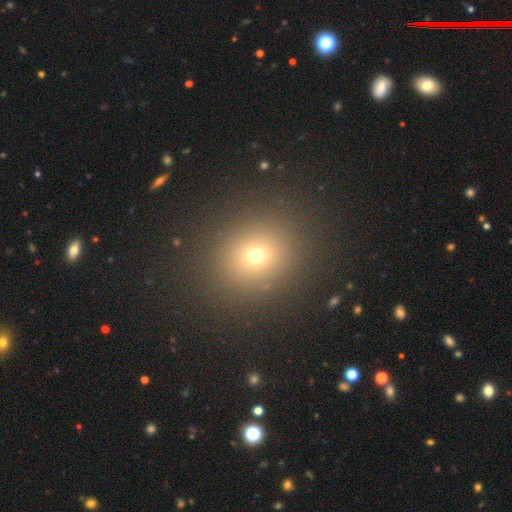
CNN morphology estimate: Q: Smooth or featured?
A: smooth (67%); runner-up: star or artifact (23%)
Q: How rounded?
A: round (79%); runner-up: in between (20%)
Q: Merging?
A: none (89%); runner-up: minor disturbance (7%)